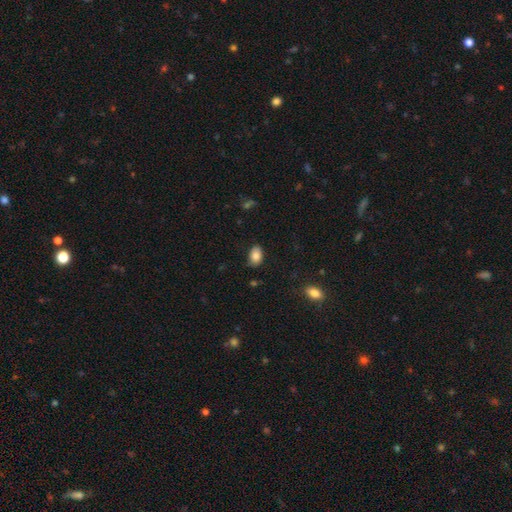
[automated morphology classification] smooth 83%, featured or disk 9%, star or artifact 8%. Down the decision tree: how rounded — in between (87%); merging — none (79%).